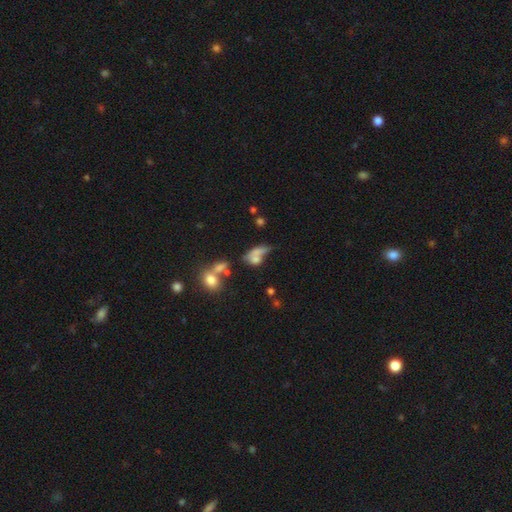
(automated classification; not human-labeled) A smooth galaxy with no disk features (61%) that is in between round and cigar-shaped (72%). Merging: merger (45%).